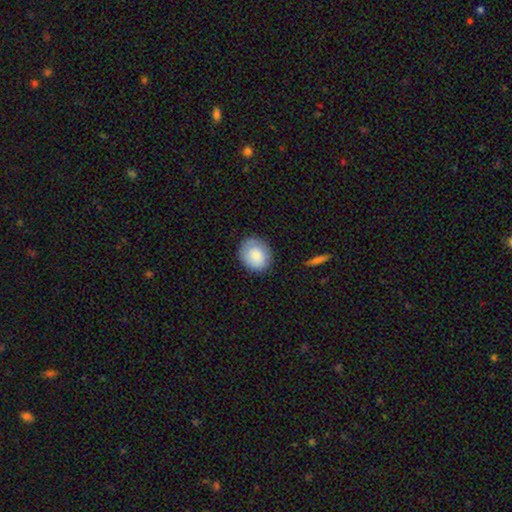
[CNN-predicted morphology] A smooth galaxy with no disk features (85%) that is round (70%). Merging: none (82%).